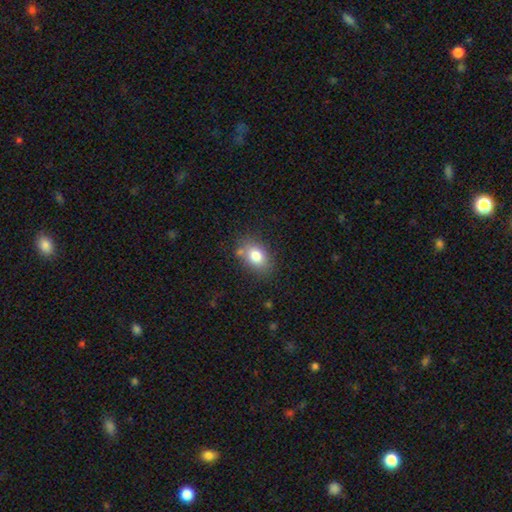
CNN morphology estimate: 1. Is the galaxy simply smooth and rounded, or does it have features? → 80% smooth, 11% featured or disk, 9% star or artifact.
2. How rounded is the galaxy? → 75% in between, 24% round, 1% cigar-shaped.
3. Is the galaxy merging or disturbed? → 74% none, 16% minor disturbance, 6% merger, 4% major disturbance.